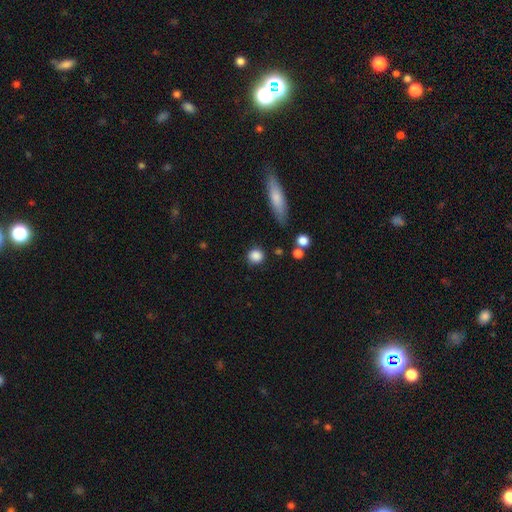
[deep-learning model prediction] Smooth or featured: smooth — 86% (star or artifact — 9%)
How rounded: round — 84% (in between — 14%)
Merging: none — 82% (minor disturbance — 11%)